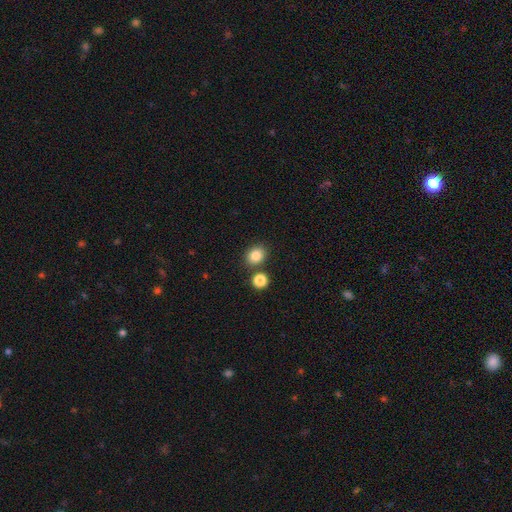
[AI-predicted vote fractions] smooth-or-featured: smooth: 84% | star or artifact: 11% | featured or disk: 6%
  how-rounded: round: 65% | in between: 34% | cigar-shaped: 1%
  merging: none: 78% | merger: 11% | minor disturbance: 9% | major disturbance: 3%